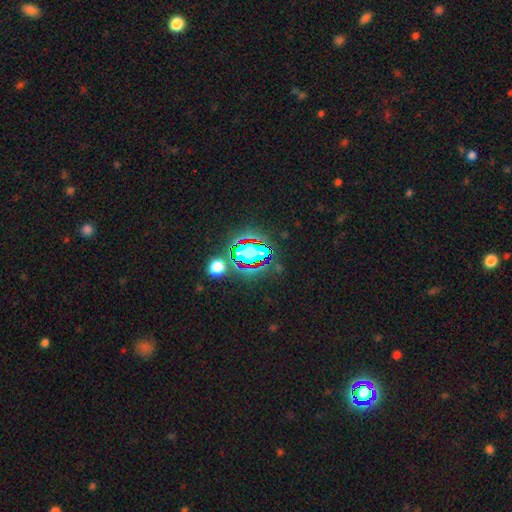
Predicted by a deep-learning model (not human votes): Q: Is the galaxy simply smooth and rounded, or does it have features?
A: star or artifact — 75%.